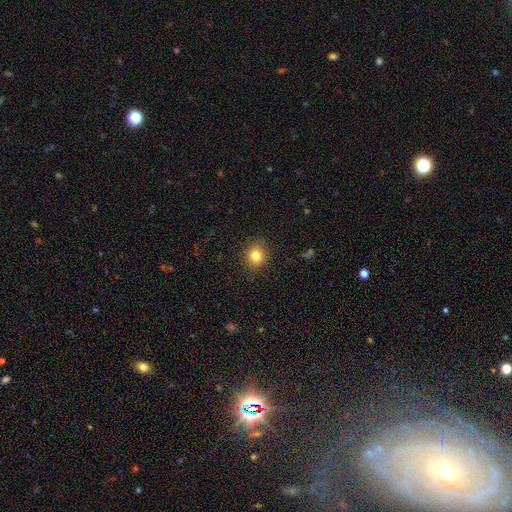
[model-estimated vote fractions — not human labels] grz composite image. It shows a smooth galaxy with no disk features (82%) that is round (73%). Merging: none (88%).